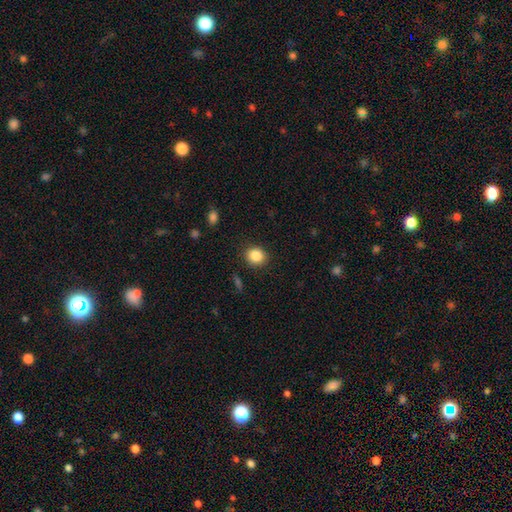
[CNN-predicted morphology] A smooth galaxy with no disk features (86%) that is round (74%).

Vote fractions:
- Smooth or featured? smooth: 86% / star or artifact: 9% / featured or disk: 4%
- How rounded? round: 74% / in between: 25% / cigar-shaped: 1%
- Merging? none: 88% / minor disturbance: 8% / major disturbance: 3% / merger: 1%